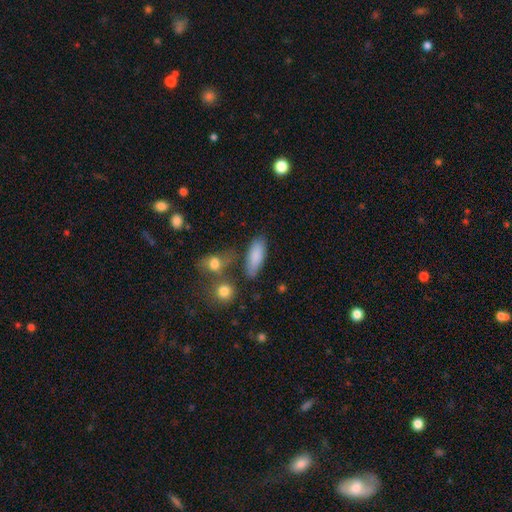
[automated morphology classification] A smooth galaxy with no disk features (84%) that is in between round and cigar-shaped (78%). Merging: none (67%).